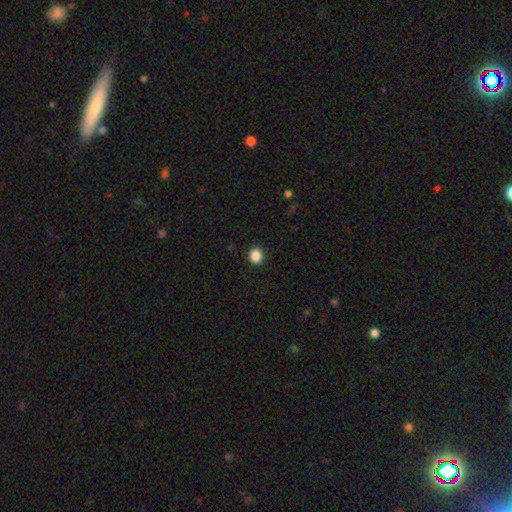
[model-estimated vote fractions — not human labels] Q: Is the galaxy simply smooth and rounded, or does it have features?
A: smooth — 87%.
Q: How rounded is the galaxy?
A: round — 87%.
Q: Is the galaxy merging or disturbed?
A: none — 92%.